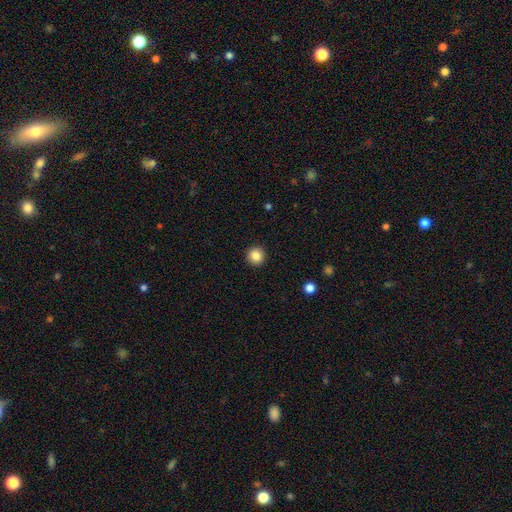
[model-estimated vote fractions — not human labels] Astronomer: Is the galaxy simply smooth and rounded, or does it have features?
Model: smooth — 85%.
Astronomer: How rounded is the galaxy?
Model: round — 94%.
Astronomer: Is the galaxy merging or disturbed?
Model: none — 93%.